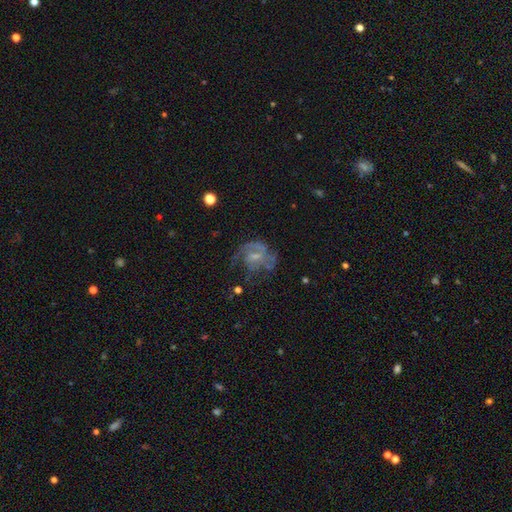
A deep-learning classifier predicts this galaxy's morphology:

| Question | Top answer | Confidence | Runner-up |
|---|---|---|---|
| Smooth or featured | featured or disk | 73% | smooth (18%) |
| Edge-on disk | no | 98% | yes (2%) |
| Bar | weak | 46% | no (44%) |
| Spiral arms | yes | 80% | no (20%) |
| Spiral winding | medium | 43% | tight (32%) |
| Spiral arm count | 2 | 32% | can't tell (27%) |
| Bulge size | small | 52% | moderate (26%) |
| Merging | none | 44% | major disturbance (32%) |